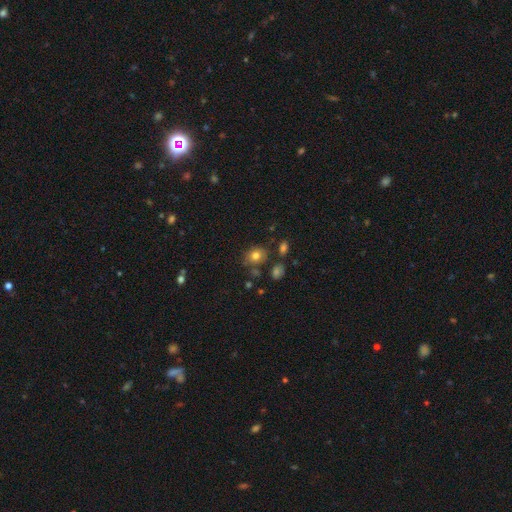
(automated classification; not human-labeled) This appears to be a smooth galaxy with no disk features (77%) that is round (63%). Merging: none (74%).